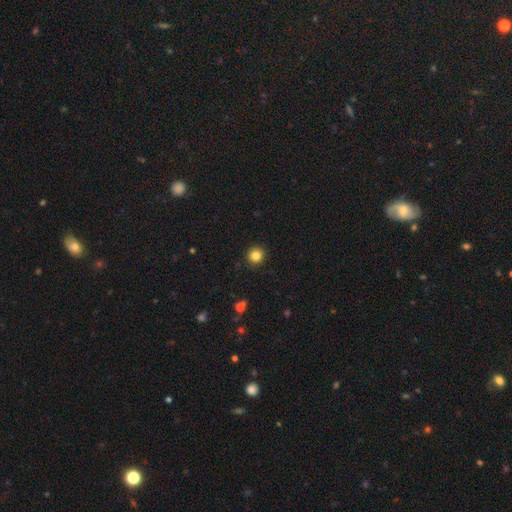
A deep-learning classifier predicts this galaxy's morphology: type=smooth (83%); roundness=round (94%); merging=none (92%).